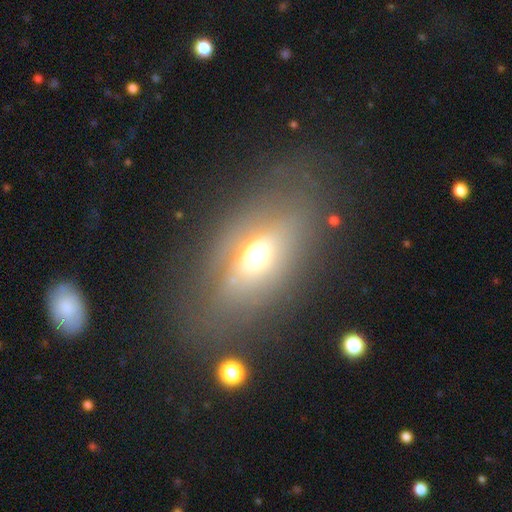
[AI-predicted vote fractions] A smooth galaxy with no disk features (50%) that is in between round and cigar-shaped (80%). Merging: none (67%).